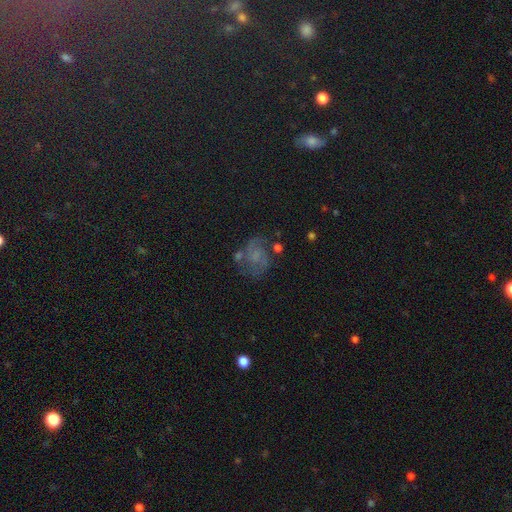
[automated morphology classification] Smooth or featured? featured or disk (60%)
Edge-on disk? no (98%)
Bar? no (61%)
Spiral arms? yes (83%)
Bulge size? none (46%)
Merging? none (56%)